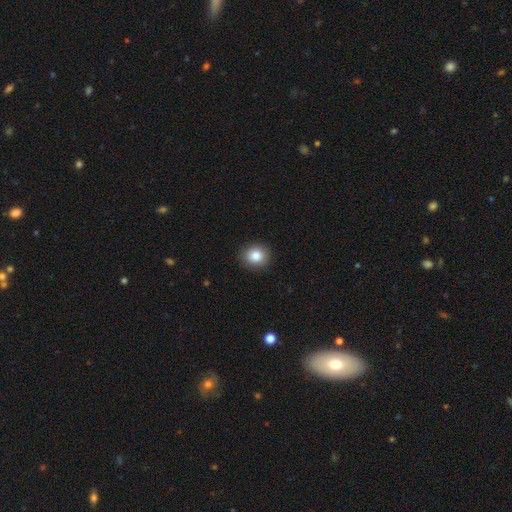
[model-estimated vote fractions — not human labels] Smooth or featured: smooth — 84% (star or artifact — 10%)
How rounded: round — 80% (in between — 19%)
Merging: none — 91% (minor disturbance — 7%)